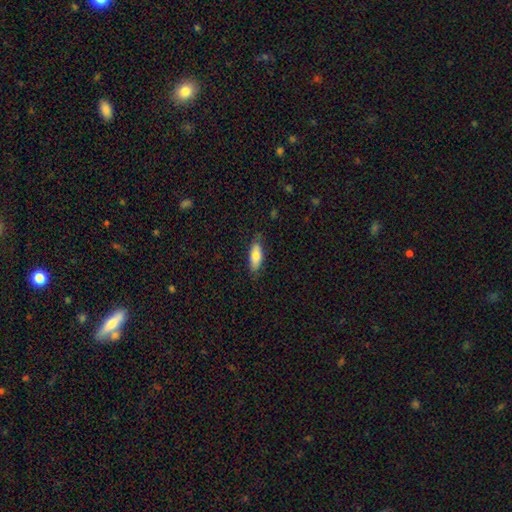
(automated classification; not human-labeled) This is clearly a smooth galaxy (80%). How rounded: likely in between (73%). Merging: likely none (79%).